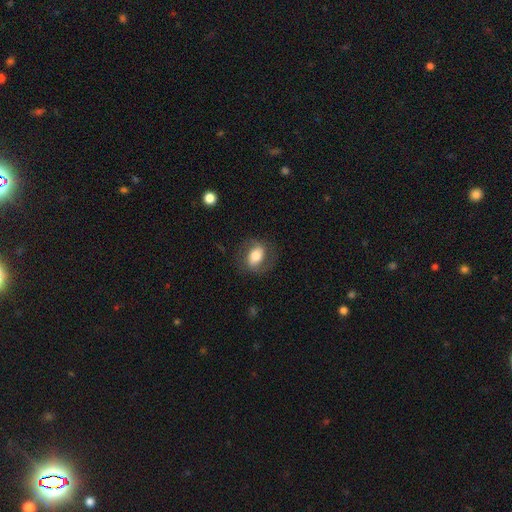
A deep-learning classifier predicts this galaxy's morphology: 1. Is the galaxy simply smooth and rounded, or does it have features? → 54% smooth, 39% featured or disk, 7% star or artifact.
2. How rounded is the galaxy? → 72% in between, 26% round, 2% cigar-shaped.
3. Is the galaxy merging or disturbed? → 71% none, 17% minor disturbance, 11% major disturbance, 1% merger.